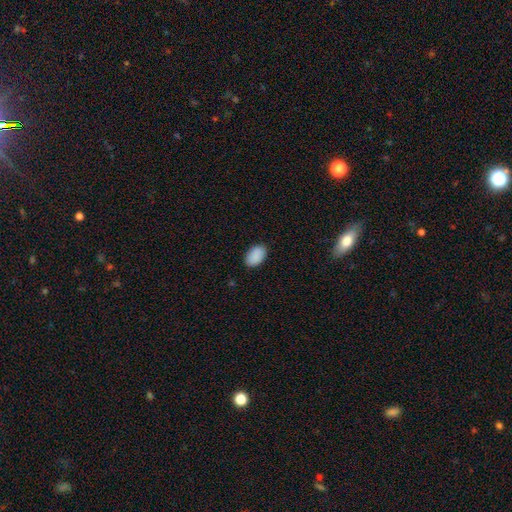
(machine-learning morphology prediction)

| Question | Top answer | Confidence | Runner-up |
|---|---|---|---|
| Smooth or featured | smooth | 90% | star or artifact (7%) |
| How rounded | in between | 90% | round (9%) |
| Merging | none | 87% | minor disturbance (10%) |